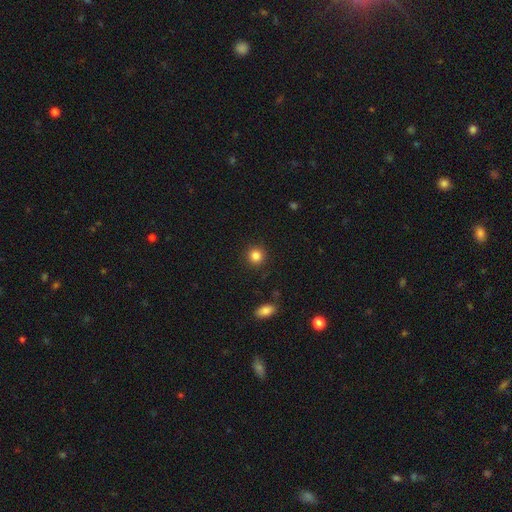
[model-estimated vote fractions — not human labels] A smooth galaxy with no disk features (84%) that is round (92%). Merging: none (91%).